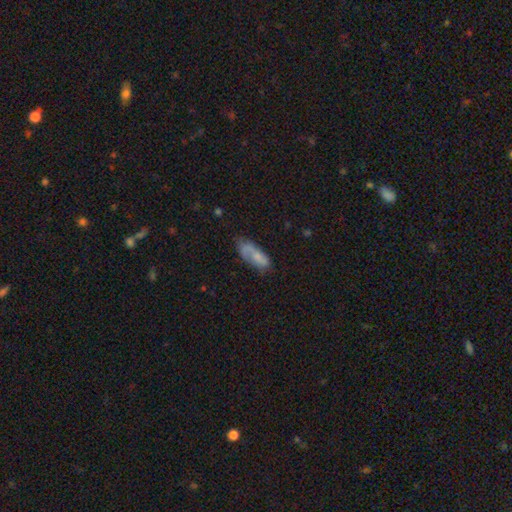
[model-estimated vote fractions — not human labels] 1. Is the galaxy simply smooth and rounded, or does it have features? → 60% smooth, 32% featured or disk, 8% star or artifact.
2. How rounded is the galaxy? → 74% in between, 23% cigar-shaped, 3% round.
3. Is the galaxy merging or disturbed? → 51% none, 29% minor disturbance, 15% major disturbance, 5% merger.